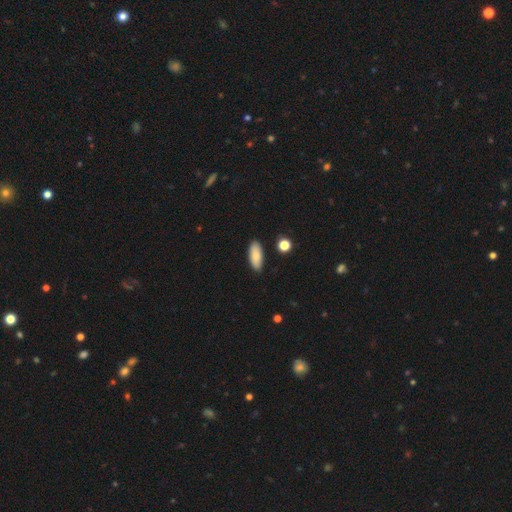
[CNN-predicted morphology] Smooth or featured: smooth — 83% (featured or disk — 11%)
How rounded: in between — 79% (cigar-shaped — 18%)
Merging: none — 86% (minor disturbance — 10%)